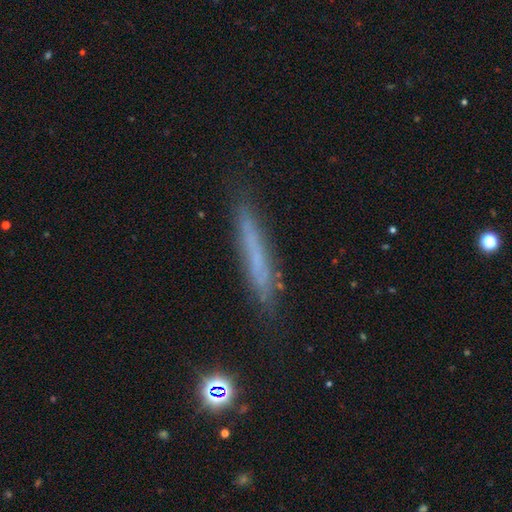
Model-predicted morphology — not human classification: This appears to be a smooth galaxy with no disk features (47%). Merging: none (78%).